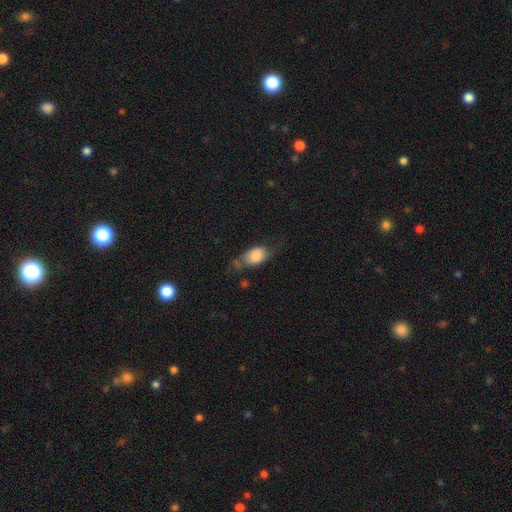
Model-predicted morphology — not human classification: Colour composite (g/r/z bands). It shows a smooth galaxy with no disk features (72%) that is in between round and cigar-shaped (79%). Merging: none (41%).